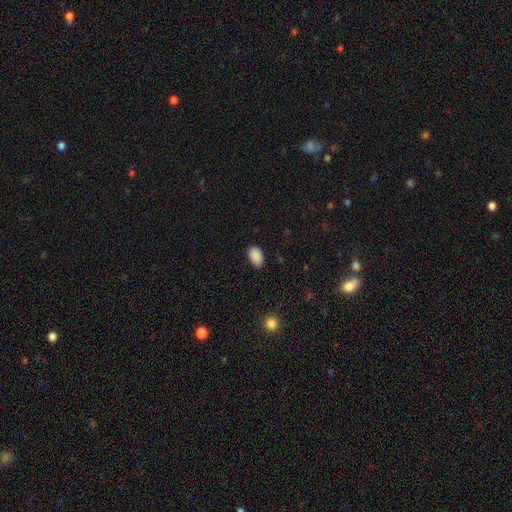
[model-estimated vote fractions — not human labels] This is clearly a smooth galaxy (89%). How rounded: clearly in between (92%). Merging: clearly none (81%).